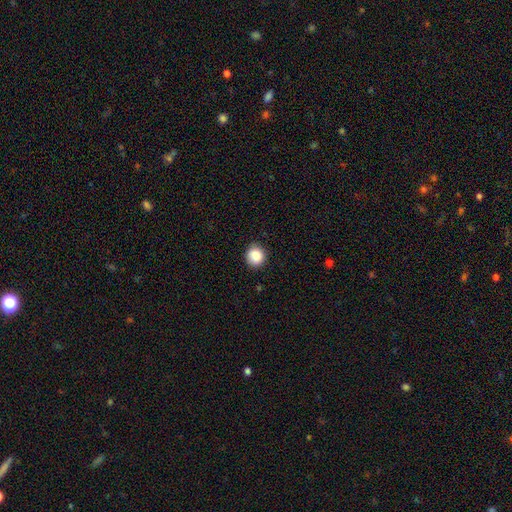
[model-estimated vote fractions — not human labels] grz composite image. It shows a smooth galaxy with no disk features (87%) that is round (88%). Merging: none (87%).